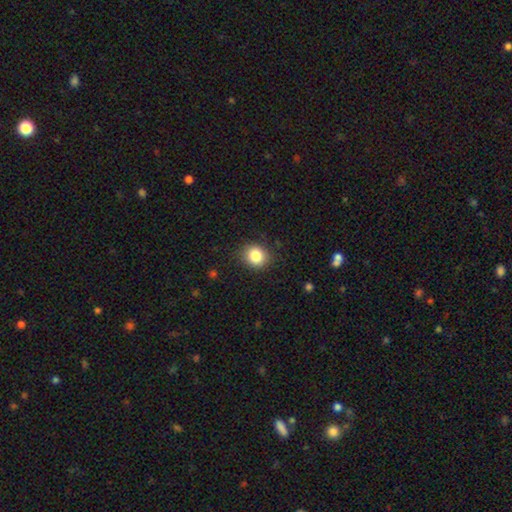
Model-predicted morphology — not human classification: Smooth or featured? smooth (84%)
How rounded? round (76%)
Merging? none (85%)